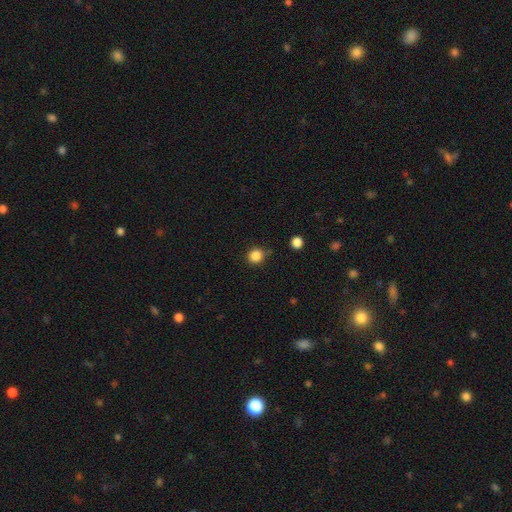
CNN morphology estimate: This appears to be a smooth galaxy with no disk features (85%) that is round (90%). Merging: none (82%).